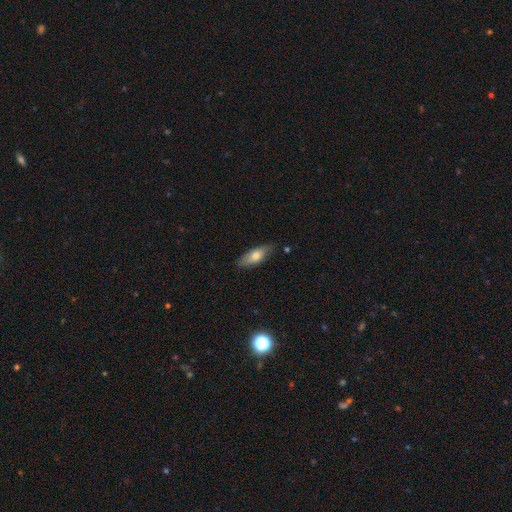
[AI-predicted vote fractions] smooth 65%, featured or disk 29%, star or artifact 6%. Down the decision tree: how rounded — in between (65%); merging — none (78%).